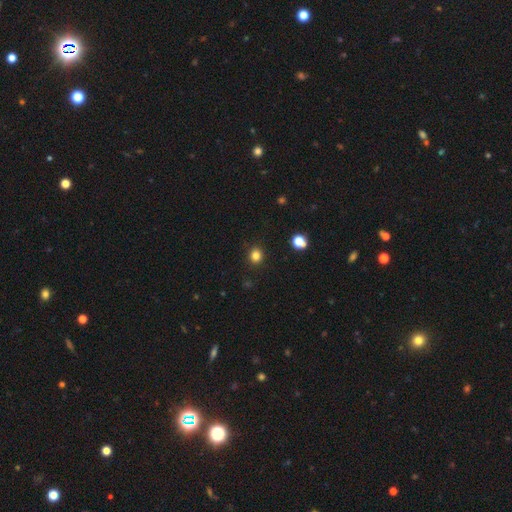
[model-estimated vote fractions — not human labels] Morphology: type=smooth (82%); roundness=round (82%); merging=none (90%).